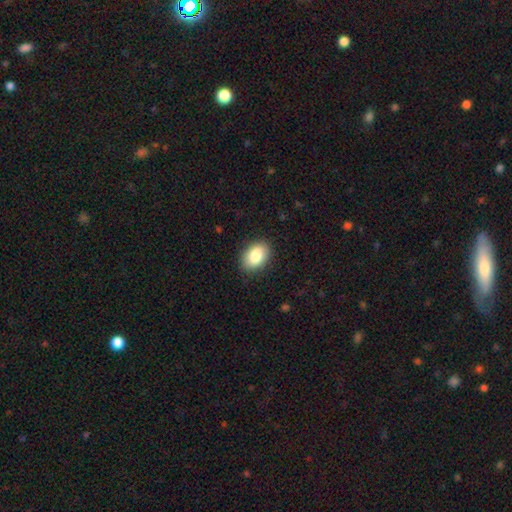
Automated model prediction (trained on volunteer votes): Smooth or featured? Predicted: smooth (p=0.84). How rounded? Predicted: in between (p=0.84). Merging? Predicted: none (p=0.88).